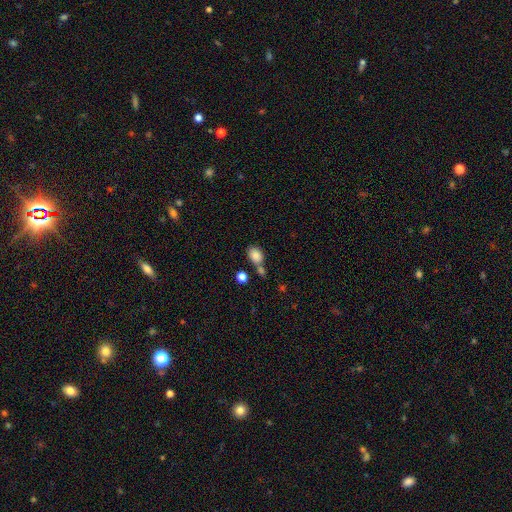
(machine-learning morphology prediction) smooth-or-featured: smooth: 85% | star or artifact: 9% | featured or disk: 6%
  how-rounded: in between: 75% | round: 23% | cigar-shaped: 1%
  merging: none: 54% | merger: 27% | minor disturbance: 14% | major disturbance: 5%